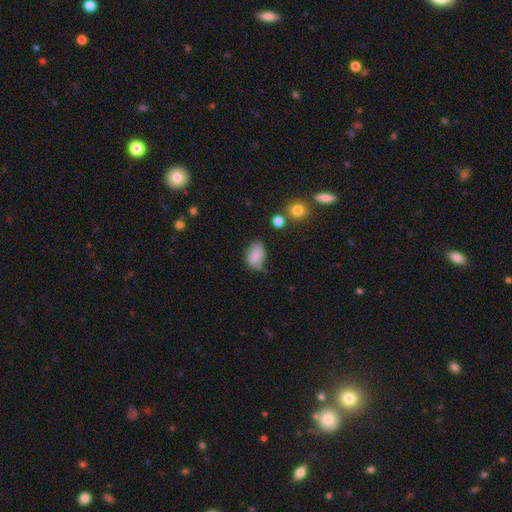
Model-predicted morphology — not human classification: Q: Smooth or featured?
A: smooth (80%); runner-up: featured or disk (11%)
Q: How rounded?
A: in between (86%); runner-up: round (12%)
Q: Merging?
A: none (62%); runner-up: minor disturbance (27%)